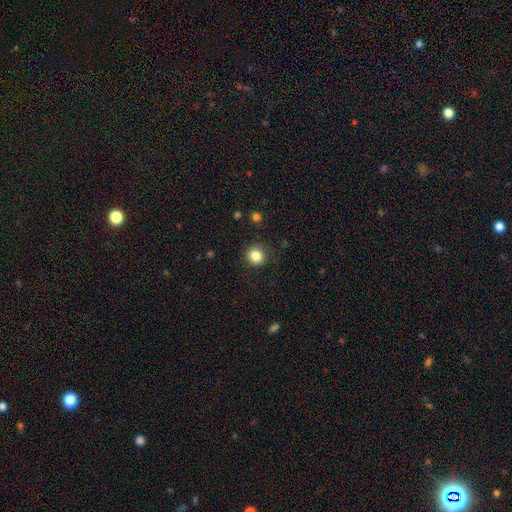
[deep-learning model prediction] This is clearly a smooth galaxy (84%). How rounded: clearly round (88%). Merging: clearly none (89%).